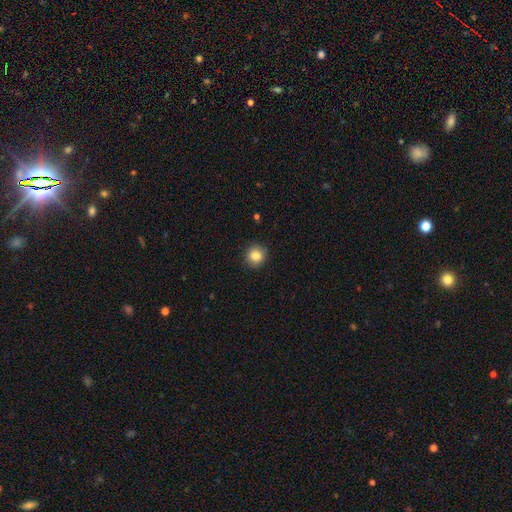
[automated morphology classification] The model was most divided on "smooth or featured": smooth: 84%, star or artifact: 10%, featured or disk: 6%. More confident: merging — none (90%); how rounded — round (89%).